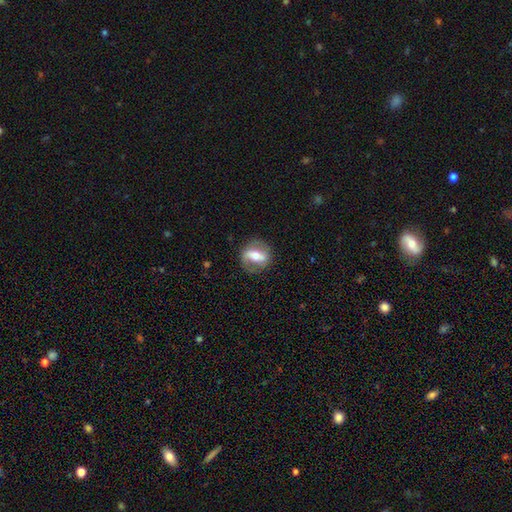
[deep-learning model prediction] Morphology: type=featured or disk (58%); edge-on=no (86%); bar=strong (56%); spiral arms=yes (53%); bulge=moderate (63%); merging=none (77%).